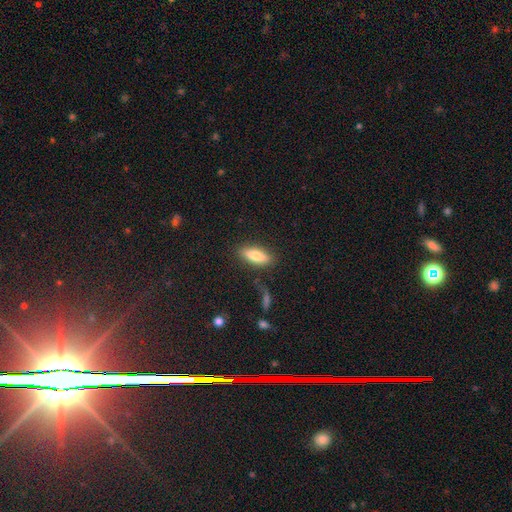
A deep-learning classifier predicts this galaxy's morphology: Smooth or featured?
  - smooth: 74% *
  - featured or disk: 19%
  - star or artifact: 7%
How rounded?
  - in between: 67% *
  - cigar-shaped: 30%
  - round: 3%
Merging?
  - none: 82% *
  - minor disturbance: 12%
  - major disturbance: 4%
  - merger: 3%